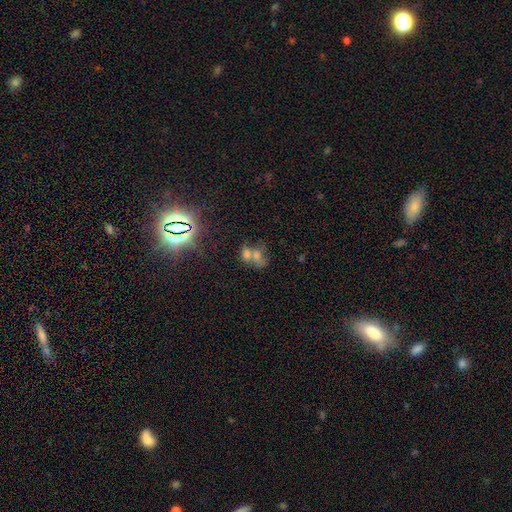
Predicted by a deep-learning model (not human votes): Q: Smooth or featured?
A: smooth (42%); runner-up: star or artifact (36%)
Q: Merging?
A: merger (60%); runner-up: none (27%)